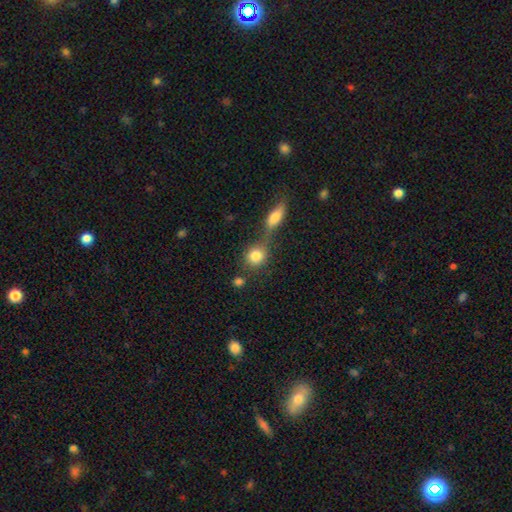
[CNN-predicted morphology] smooth-or-featured: smooth: 83% | star or artifact: 9% | featured or disk: 8%
  how-rounded: round: 76% | in between: 22% | cigar-shaped: 3%
  merging: none: 43% | merger: 42% | minor disturbance: 9% | major disturbance: 5%